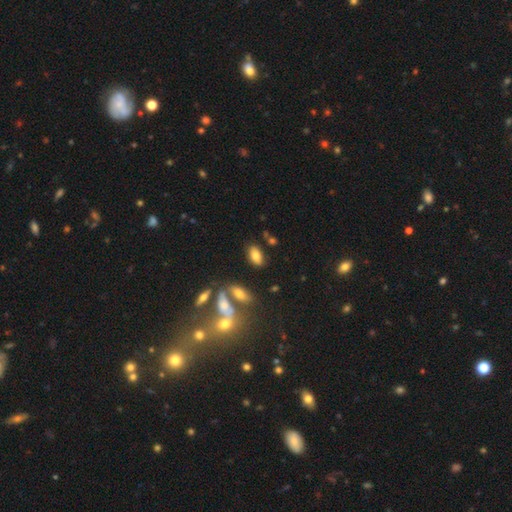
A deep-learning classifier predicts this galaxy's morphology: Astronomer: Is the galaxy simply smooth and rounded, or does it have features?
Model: smooth — 78%.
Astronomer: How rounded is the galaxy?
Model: in between — 90%.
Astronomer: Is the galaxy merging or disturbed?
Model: none — 77%.